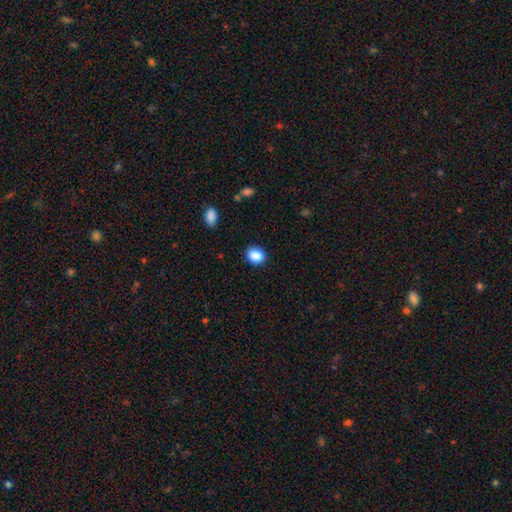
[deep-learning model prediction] A smooth galaxy with no disk features (88%) that is round (53%).

Vote fractions:
- Smooth or featured? smooth: 88% / star or artifact: 9% / featured or disk: 3%
- How rounded? round: 53% / in between: 46% / cigar-shaped: 1%
- Merging? none: 87% / minor disturbance: 9% / major disturbance: 3% / merger: 1%